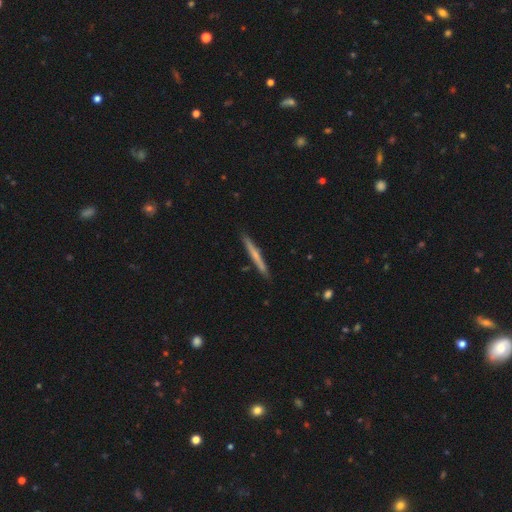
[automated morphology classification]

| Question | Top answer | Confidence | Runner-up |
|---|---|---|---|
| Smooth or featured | smooth | 50% | featured or disk (44%) |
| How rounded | cigar-shaped | 96% | in between (2%) |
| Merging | none | 90% | minor disturbance (7%) |